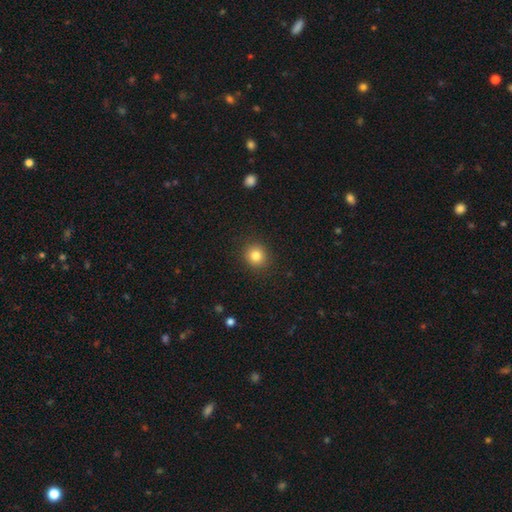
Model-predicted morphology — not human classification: Smooth or featured? smooth (82%)
How rounded? round (88%)
Merging? none (90%)